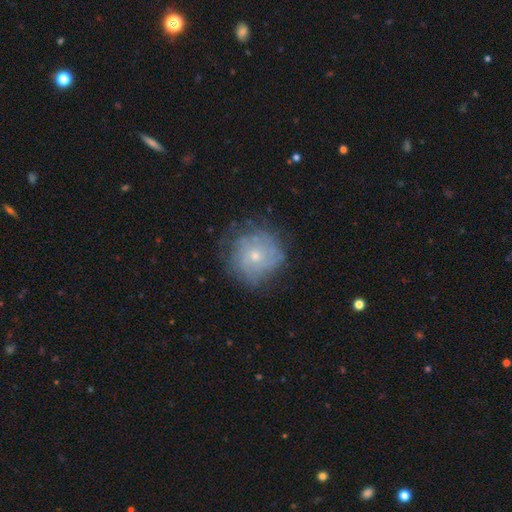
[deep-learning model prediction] Smooth or featured? Predicted: featured or disk (p=0.54). Edge-on disk? Predicted: no (p=0.97). Bar? Predicted: no (p=0.86). Spiral arms? Predicted: yes (p=0.66). Bulge size? Predicted: small (p=0.62). Merging? Predicted: none (p=0.67).